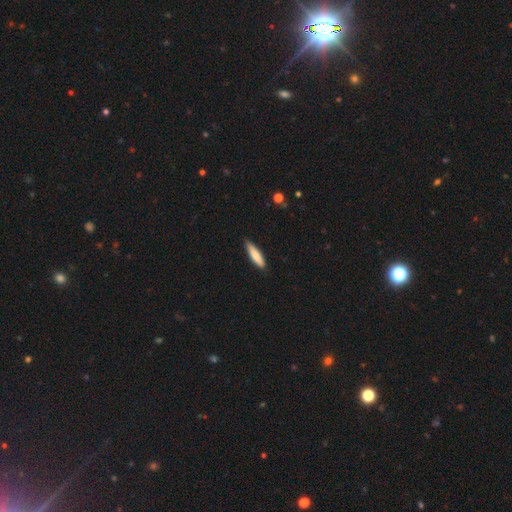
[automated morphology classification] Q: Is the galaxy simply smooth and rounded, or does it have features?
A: smooth — 80%.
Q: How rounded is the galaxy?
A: cigar-shaped — 77%.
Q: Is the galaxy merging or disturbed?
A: none — 86%.